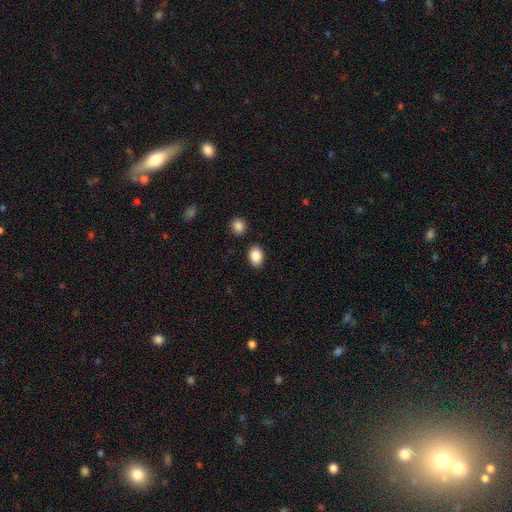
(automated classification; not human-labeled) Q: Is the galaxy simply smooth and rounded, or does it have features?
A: smooth — 88%.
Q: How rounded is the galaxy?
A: in between — 80%.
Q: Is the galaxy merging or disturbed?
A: none — 87%.